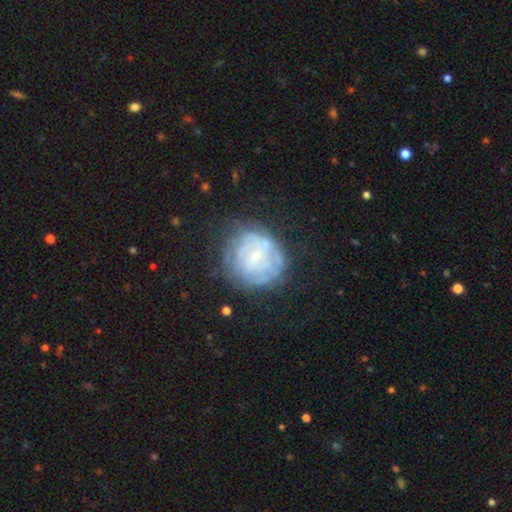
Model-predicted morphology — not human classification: Q: Smooth or featured?
A: featured or disk (64%); runner-up: smooth (27%)
Q: Edge-on disk?
A: no (98%); runner-up: yes (2%)
Q: Bar?
A: no (69%); runner-up: weak (25%)
Q: Spiral arms?
A: yes (55%); runner-up: no (45%)
Q: Bulge size?
A: small (74%); runner-up: moderate (18%)
Q: Merging?
A: none (62%); runner-up: minor disturbance (21%)